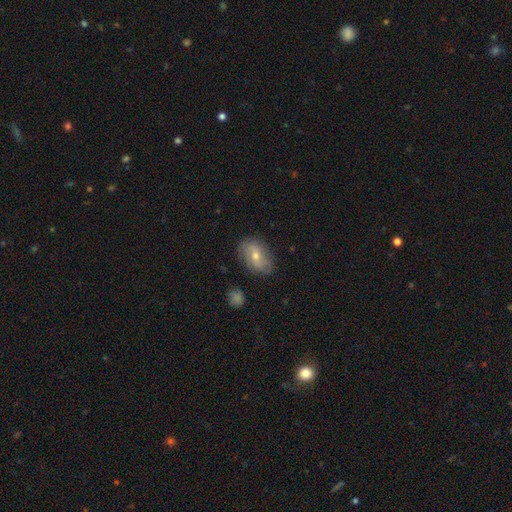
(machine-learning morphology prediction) featured or disk 50%, smooth 40%, star or artifact 10%. Down the decision tree: edge-on disk — no (92%); merging — none (78%).